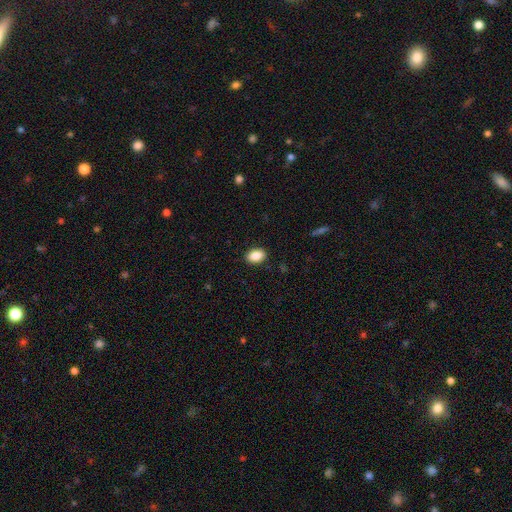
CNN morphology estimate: This appears to be a smooth galaxy with no disk features (88%) that is in between round and cigar-shaped (85%). Merging: none (89%).